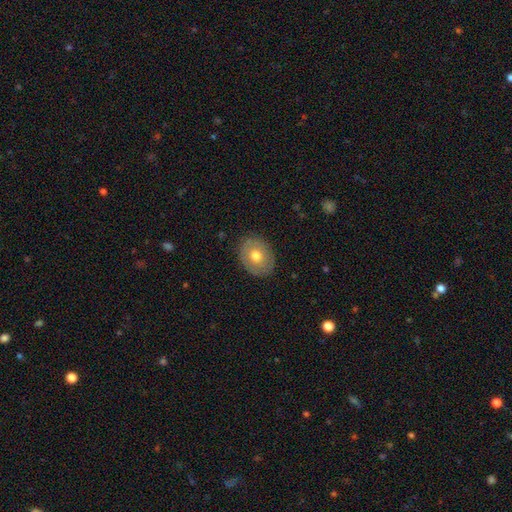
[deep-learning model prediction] smooth-or-featured: smooth: 63% | featured or disk: 30% | star or artifact: 7%
  how-rounded: in between: 52% | round: 48% | cigar-shaped: 1%
  merging: none: 87% | minor disturbance: 9% | major disturbance: 3% | merger: 1%